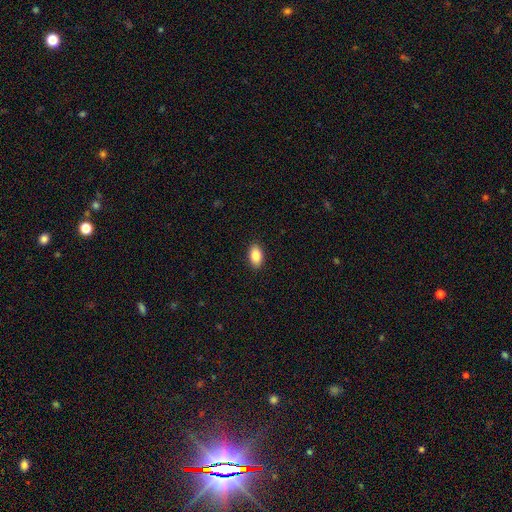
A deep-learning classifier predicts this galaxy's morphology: A smooth galaxy with no disk features (85%) that is in between round and cigar-shaped (92%).

Vote fractions:
- Smooth or featured? smooth: 85% / featured or disk: 8% / star or artifact: 7%
- How rounded? in between: 92% / round: 6% / cigar-shaped: 2%
- Merging? none: 90% / minor disturbance: 7% / major disturbance: 2% / merger: 1%